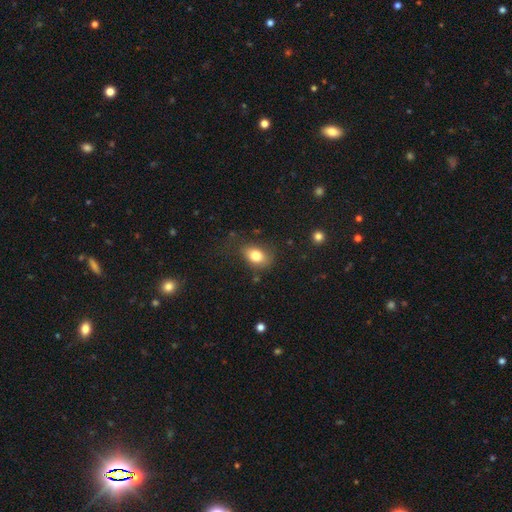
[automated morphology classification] Smooth or featured? smooth (81%)
How rounded? in between (78%)
Merging? none (71%)